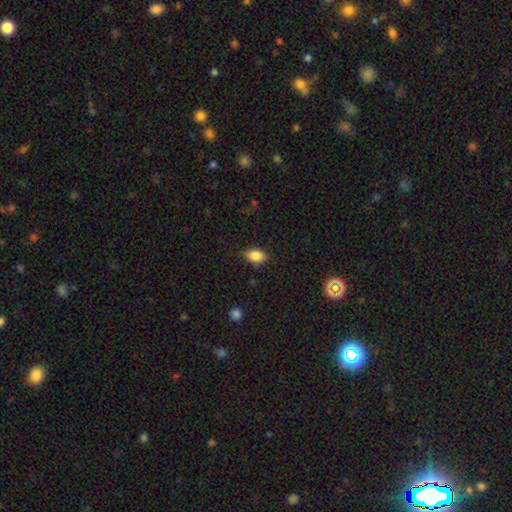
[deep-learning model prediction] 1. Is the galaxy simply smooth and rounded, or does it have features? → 85% smooth, 9% star or artifact, 6% featured or disk.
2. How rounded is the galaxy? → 85% in between, 13% round, 2% cigar-shaped.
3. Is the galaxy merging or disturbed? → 82% none, 14% minor disturbance, 3% major disturbance, 1% merger.